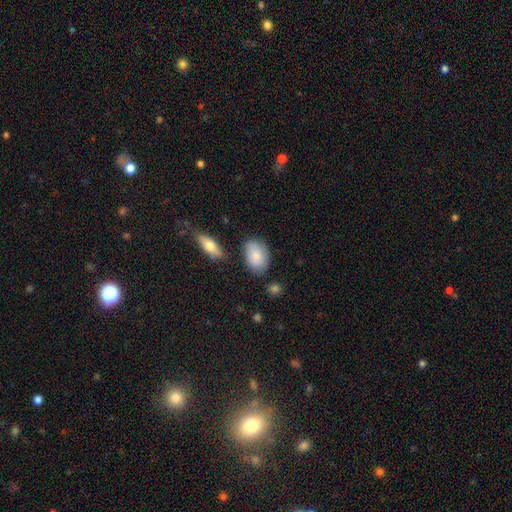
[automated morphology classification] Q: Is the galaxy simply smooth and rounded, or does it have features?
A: smooth — 83%.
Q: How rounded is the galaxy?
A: in between — 88%.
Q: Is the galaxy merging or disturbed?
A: none — 73%.